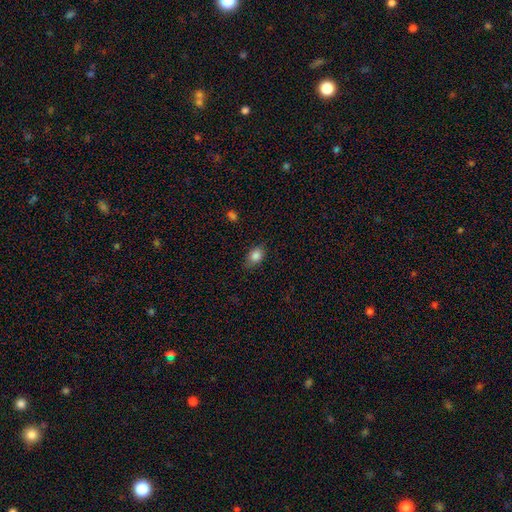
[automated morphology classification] A smooth galaxy with no disk features (84%) that is in between round and cigar-shaped (77%).

Vote fractions:
- Smooth or featured? smooth: 84% / star or artifact: 9% / featured or disk: 6%
- How rounded? in between: 77% / round: 21% / cigar-shaped: 2%
- Merging? none: 78% / minor disturbance: 17% / major disturbance: 4% / merger: 1%